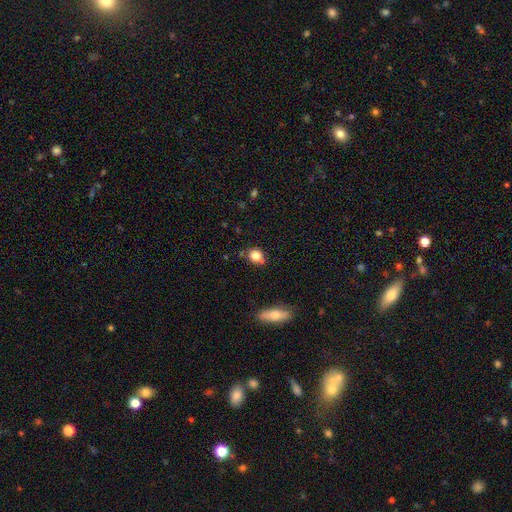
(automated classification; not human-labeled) Overall: smooth (81%). How rounded: round (52%; in between 46%). Merging: none (71%).